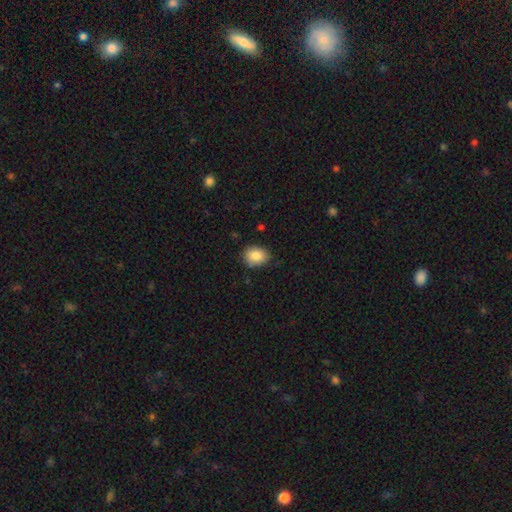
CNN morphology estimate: Smooth or featured?
  - smooth: 85% *
  - star or artifact: 8%
  - featured or disk: 7%
How rounded?
  - in between: 56% *
  - round: 43%
  - cigar-shaped: 1%
Merging?
  - none: 81% *
  - minor disturbance: 15%
  - major disturbance: 2%
  - merger: 1%